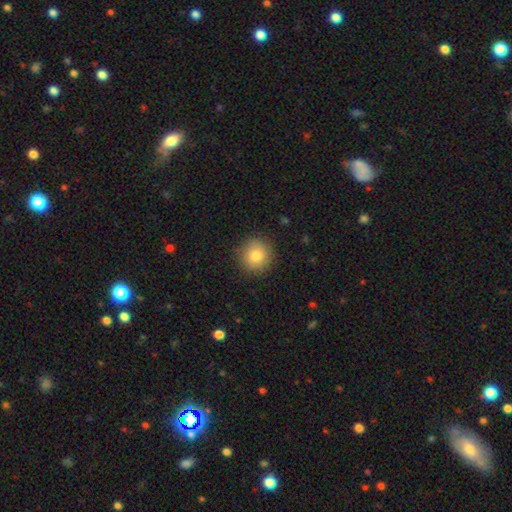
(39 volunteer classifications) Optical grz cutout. It shows a smooth galaxy with no disk features (85%) that is round (94%). Merging: none (83%).